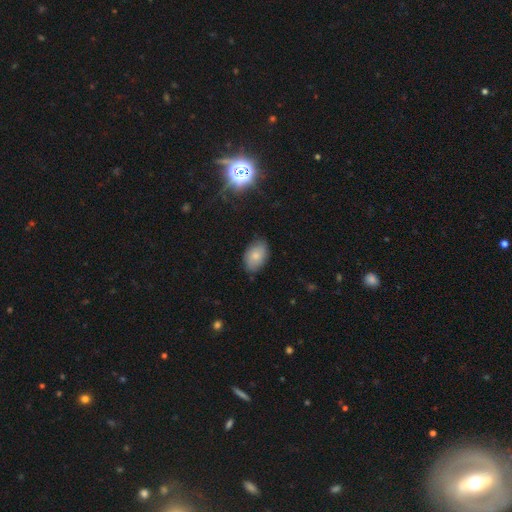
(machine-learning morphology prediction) Smooth or featured? Predicted: smooth (p=0.80). How rounded? Predicted: in between (p=0.90). Merging? Predicted: none (p=0.81).